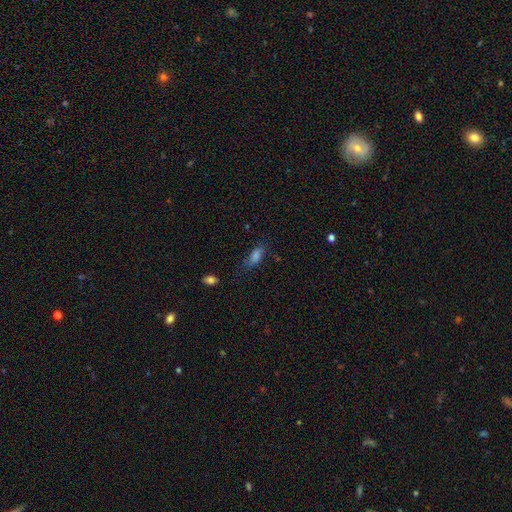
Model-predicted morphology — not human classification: A smooth galaxy with no disk features (72%) that is in between round and cigar-shaped (70%).

Vote fractions:
- Smooth or featured? smooth: 72% / star or artifact: 16% / featured or disk: 12%
- How rounded? in between: 70% / cigar-shaped: 26% / round: 4%
- Merging? none: 64% / minor disturbance: 23% / major disturbance: 10% / merger: 3%